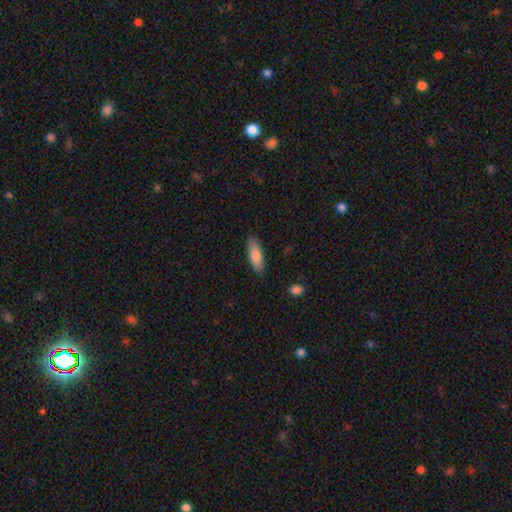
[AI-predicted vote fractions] Smooth or featured: smooth — 80% (featured or disk — 14%)
How rounded: in between — 56% (cigar-shaped — 42%)
Merging: none — 86% (minor disturbance — 11%)